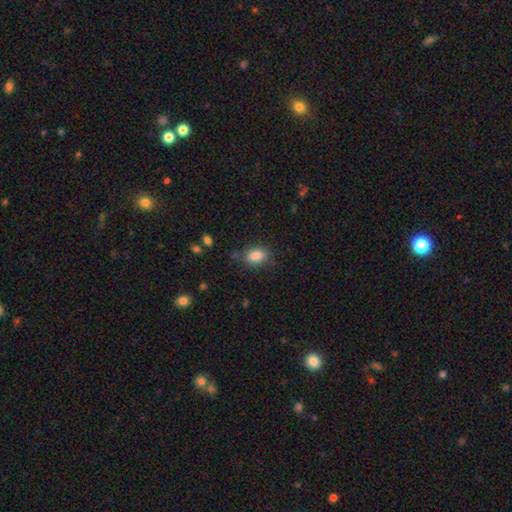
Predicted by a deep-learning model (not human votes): Smooth or featured? smooth (86%)
How rounded? in between (76%)
Merging? none (76%)